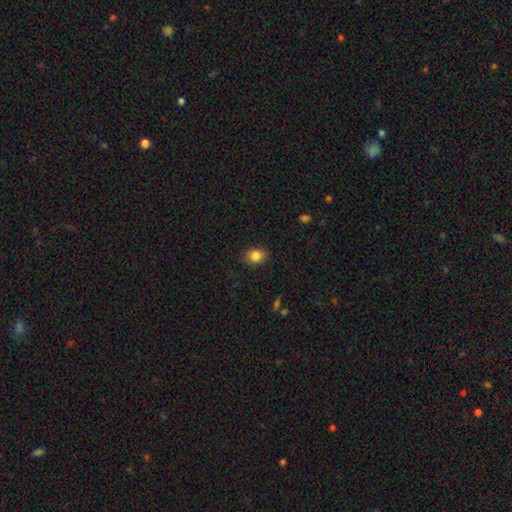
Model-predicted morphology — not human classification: A smooth galaxy with no disk features (85%) that is round (59%). Merging: none (86%).